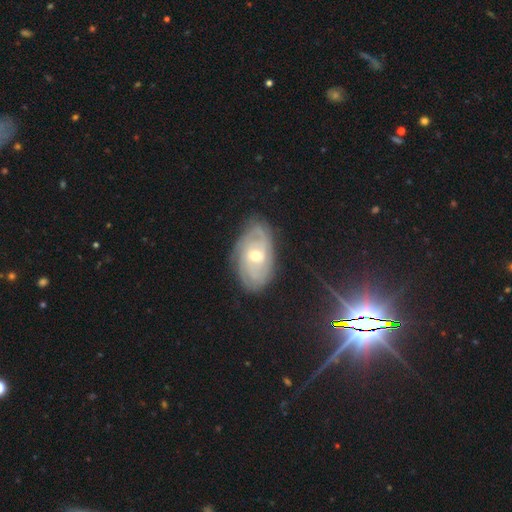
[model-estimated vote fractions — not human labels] featured or disk 79%, smooth 13%, star or artifact 8%. Down the decision tree: edge-on disk — no (94%); bar — no (62%); spiral arms — yes (92%); spiral arm count — can't tell (44%); spiral winding — tight (73%); bulge size — moderate (64%); merging — none (79%).